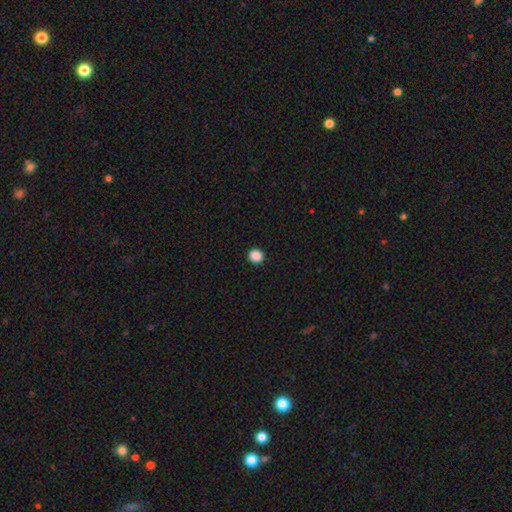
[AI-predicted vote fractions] Smooth or featured? smooth (88%)
How rounded? round (90%)
Merging? none (93%)